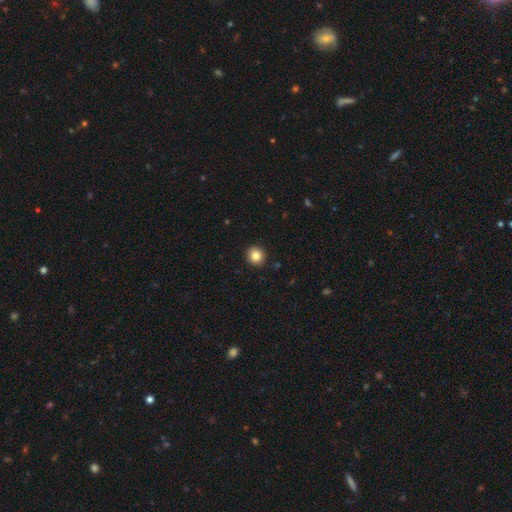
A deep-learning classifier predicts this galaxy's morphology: A smooth galaxy with no disk features (84%) that is round (93%).

Vote fractions:
- Smooth or featured? smooth: 84% / star or artifact: 10% / featured or disk: 6%
- How rounded? round: 93% / in between: 6% / cigar-shaped: 1%
- Merging? none: 93% / minor disturbance: 5% / major disturbance: 1% / merger: 1%